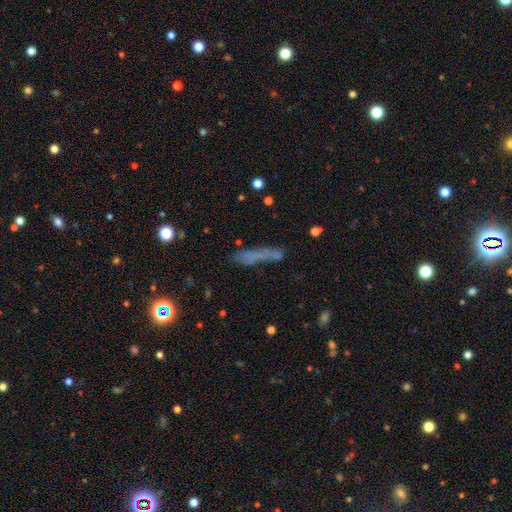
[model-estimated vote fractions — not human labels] smooth_or_featured: smooth (p=0.55) [alt: featured or disk p=0.27]
how_rounded: cigar-shaped (p=0.83) [alt: in between p=0.14]
merging: none (p=0.55) [alt: minor disturbance p=0.21]